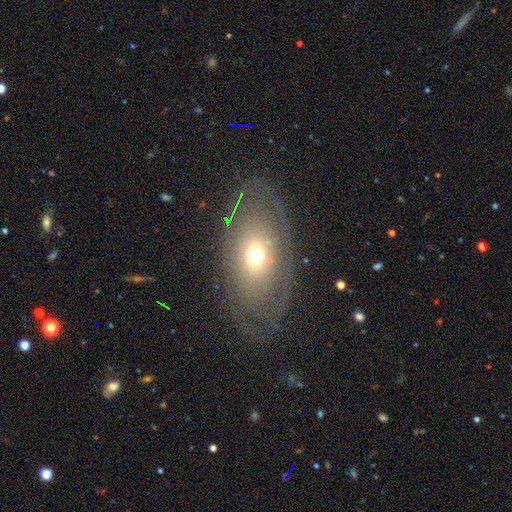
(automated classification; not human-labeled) The model was most divided on "smooth or featured": featured or disk: 49%, smooth: 37%, star or artifact: 14%. More confident: merging — none (65%).